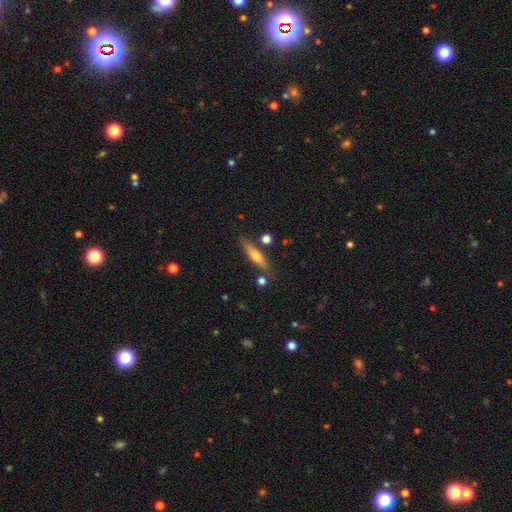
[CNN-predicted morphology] The model was most divided on "smooth or featured": smooth: 51%, featured or disk: 42%, star or artifact: 7%. More confident: merging — none (80%); how rounded — cigar-shaped (79%).